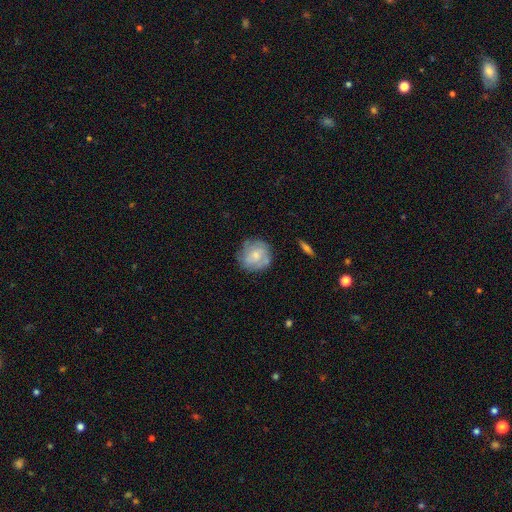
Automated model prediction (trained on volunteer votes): The model was most divided on "smooth or featured": smooth: 53%, featured or disk: 40%, star or artifact: 7%. More confident: how rounded — round (86%); merging — none (71%).